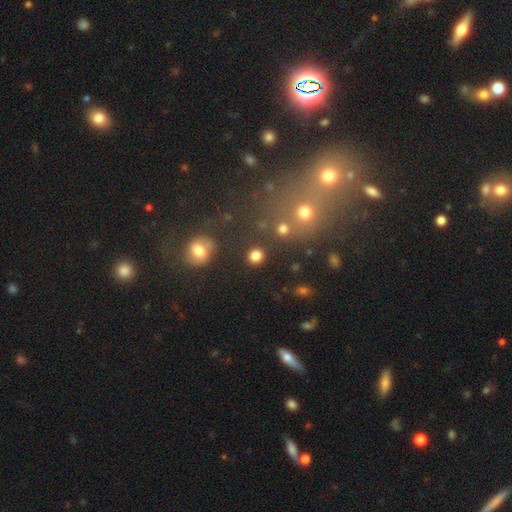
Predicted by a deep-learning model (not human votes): Smooth or featured?
  - smooth: 83% *
  - star or artifact: 12%
  - featured or disk: 5%
How rounded?
  - round: 89% *
  - in between: 10%
  - cigar-shaped: 1%
Merging?
  - none: 87% *
  - minor disturbance: 7%
  - merger: 4%
  - major disturbance: 3%